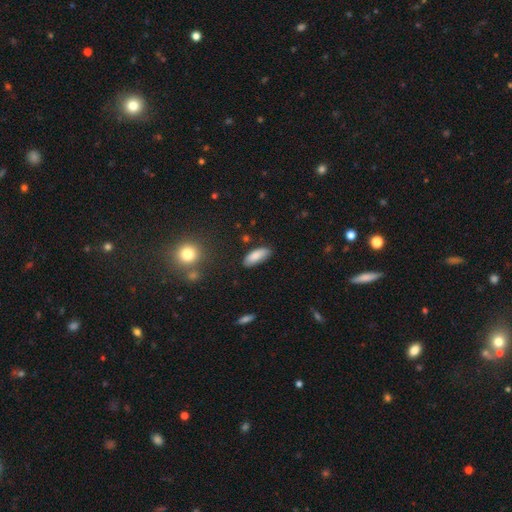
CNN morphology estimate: A smooth galaxy with no disk features (84%) that is in between round and cigar-shaped (79%). Merging: none (79%).